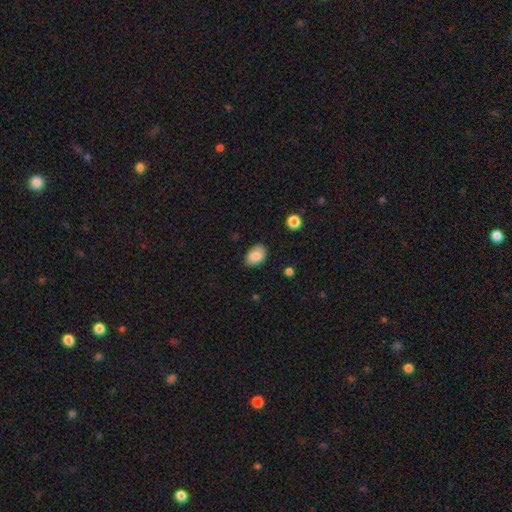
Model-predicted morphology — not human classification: smooth 86%, star or artifact 7%, featured or disk 6%. Down the decision tree: how rounded — in between (88%); merging — none (79%).